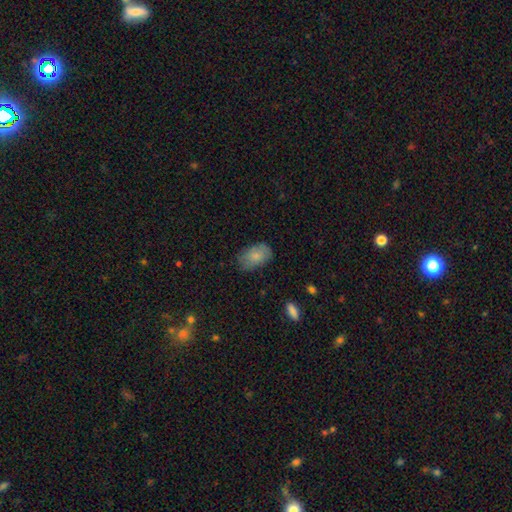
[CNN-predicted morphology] The model was most divided on "merging": none: 73%, minor disturbance: 21%, major disturbance: 5%, merger: 1%. More confident: how rounded — in between (90%); smooth or featured — smooth (79%).